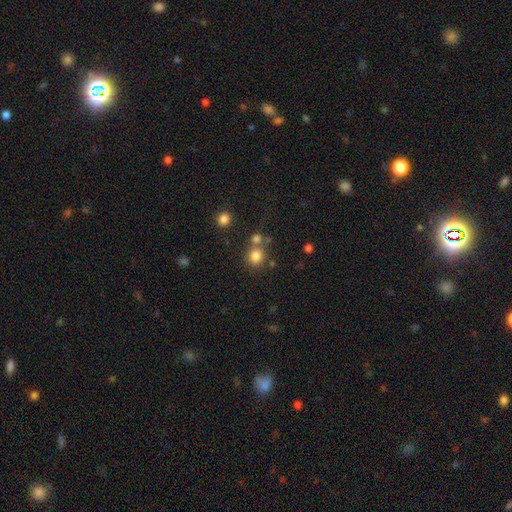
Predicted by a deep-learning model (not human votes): Smooth or featured? Predicted: smooth (p=0.80). How rounded? Predicted: round (p=0.86). Merging? Predicted: none (p=0.63).